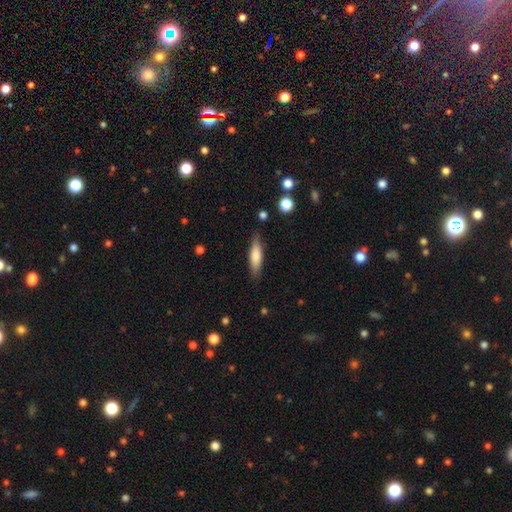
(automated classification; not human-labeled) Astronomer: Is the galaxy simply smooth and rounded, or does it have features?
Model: smooth — 72%.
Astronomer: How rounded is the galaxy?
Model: cigar-shaped — 68%.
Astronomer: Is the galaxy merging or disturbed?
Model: none — 84%.